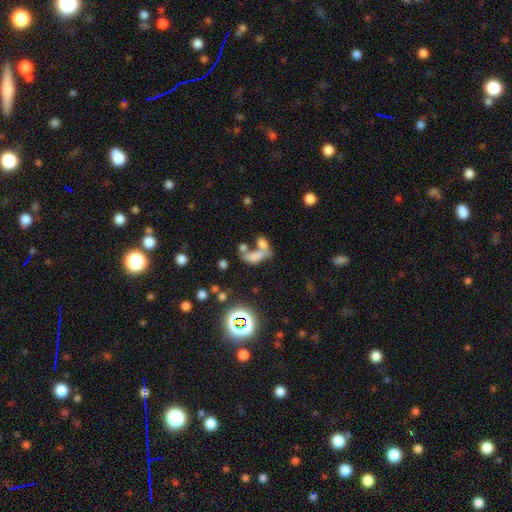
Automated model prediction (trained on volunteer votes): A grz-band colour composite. It shows a smooth galaxy with no disk features (65%) that is in between round and cigar-shaped (78%). Merging: merger (54%).